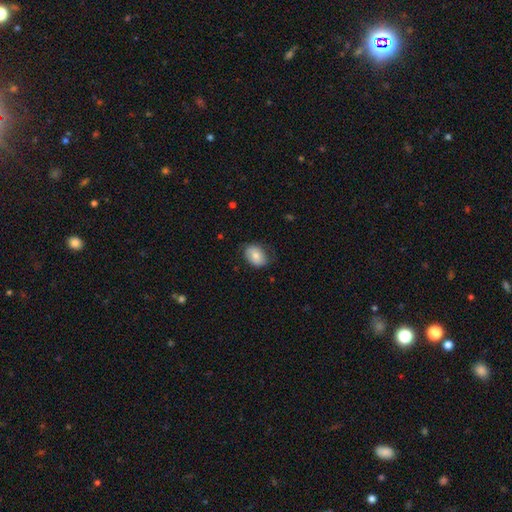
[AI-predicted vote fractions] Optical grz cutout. It shows a smooth galaxy with no disk features (74%) that is in between round and cigar-shaped (76%). Merging: none (70%).